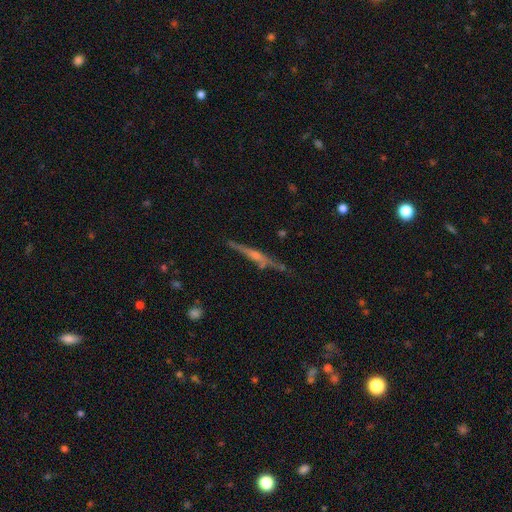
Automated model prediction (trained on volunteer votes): A featured or disk galaxy (71%) viewed edge-on (96%) with a rounded central bulge (62%).

Vote fractions:
- Smooth or featured? featured or disk: 71% / smooth: 20% / star or artifact: 9%
- Edge-on disk? yes: 96% / no: 4%
- Edge-on bulge? rounded: 62% / none: 21% / boxy: 17%
- Merging? none: 76% / minor disturbance: 16% / major disturbance: 4% / merger: 4%